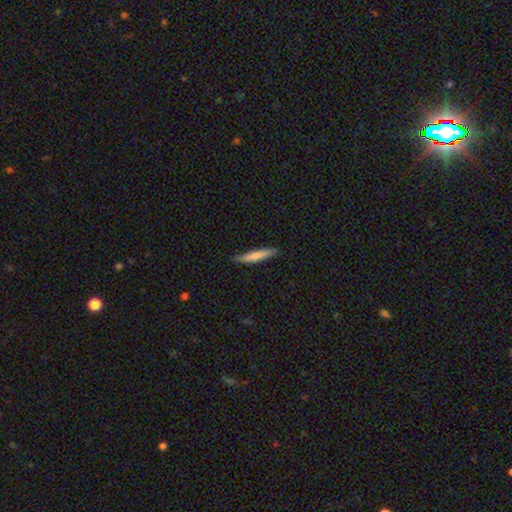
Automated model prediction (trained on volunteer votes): Smooth or featured: smooth — 72% (featured or disk — 22%)
How rounded: cigar-shaped — 93% (in between — 6%)
Merging: none — 85% (minor disturbance — 12%)